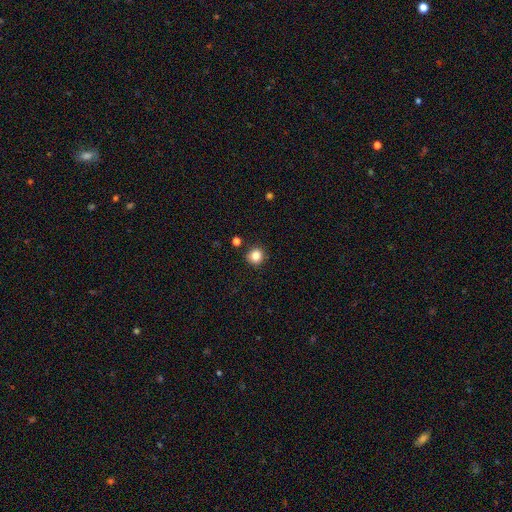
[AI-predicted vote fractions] Morphology: type=smooth (84%); roundness=round (90%); merging=none (88%).